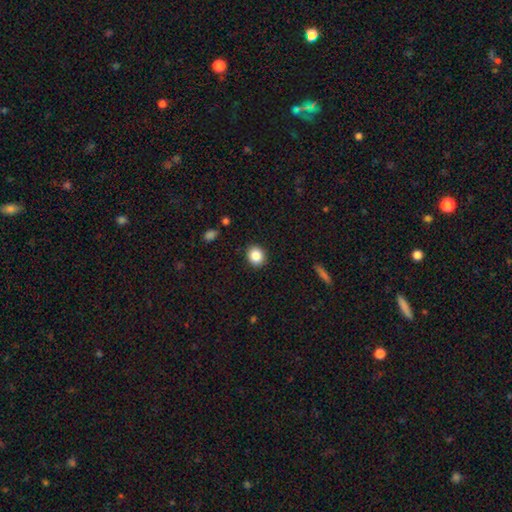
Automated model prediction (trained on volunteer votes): Smooth or featured: smooth — 86% (star or artifact — 10%)
How rounded: round — 78% (in between — 21%)
Merging: none — 90% (minor disturbance — 7%)